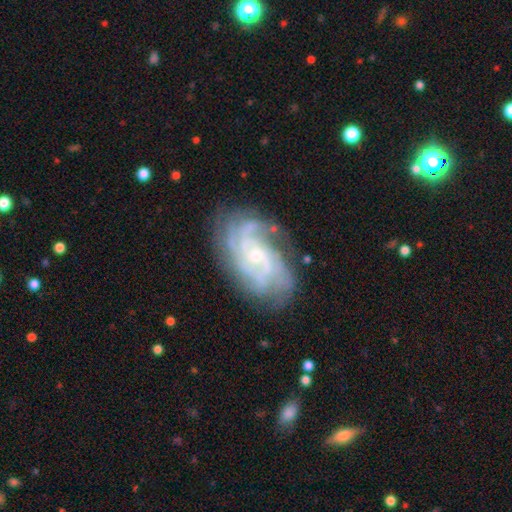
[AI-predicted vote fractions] This appears to be a featured or disk galaxy (86%) with no bar (68%), tight (59%) spiral arms (96%) and a small central bulge (73%). Merging: none (73%).